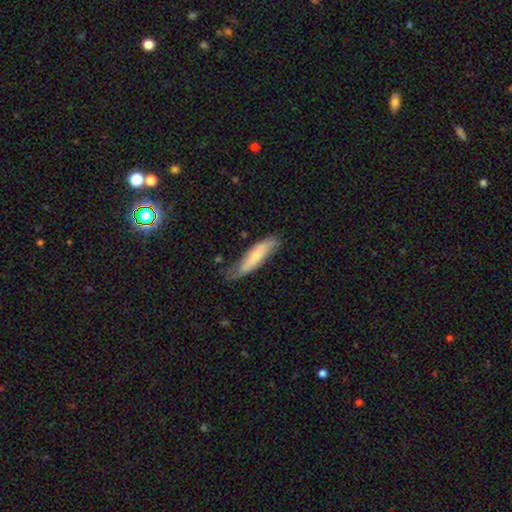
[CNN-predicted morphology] smooth_or_featured: smooth (p=0.61) [alt: featured or disk p=0.33]
how_rounded: cigar-shaped (p=0.71) [alt: in between p=0.27]
merging: none (p=0.60) [alt: minor disturbance p=0.30]